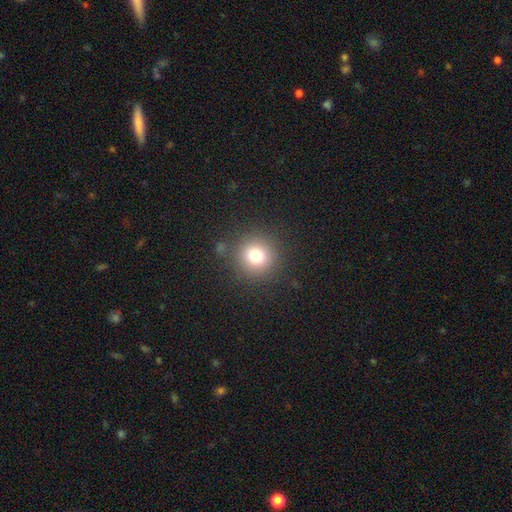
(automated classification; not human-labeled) This is likely a smooth galaxy (77%). How rounded: clearly round (94%). Merging: clearly none (87%).